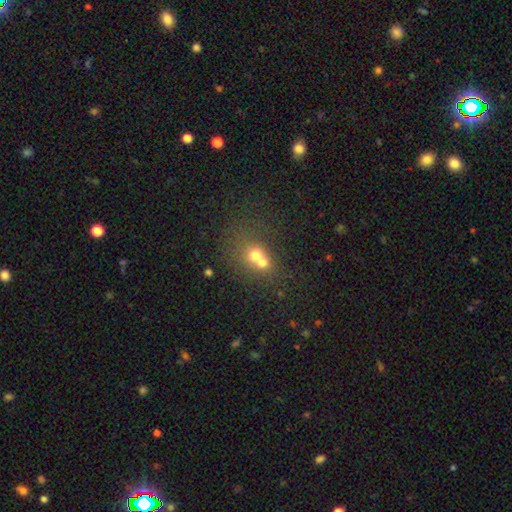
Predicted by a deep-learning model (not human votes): Q: Smooth or featured?
A: smooth (63%); runner-up: featured or disk (21%)
Q: How rounded?
A: round (73%); runner-up: in between (26%)
Q: Merging?
A: merger (65%); runner-up: none (26%)